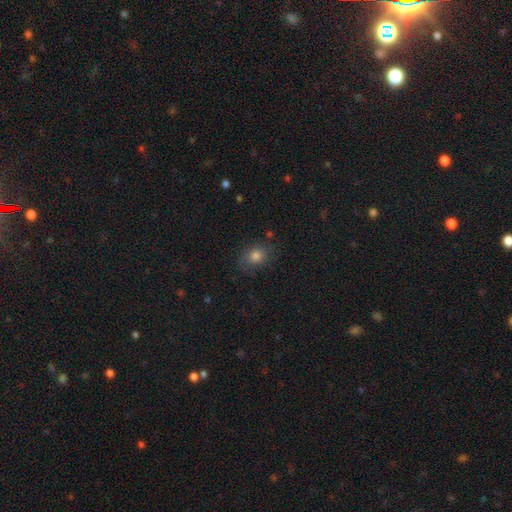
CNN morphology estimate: type=smooth (72%); roundness=round (51%); merging=none (77%).